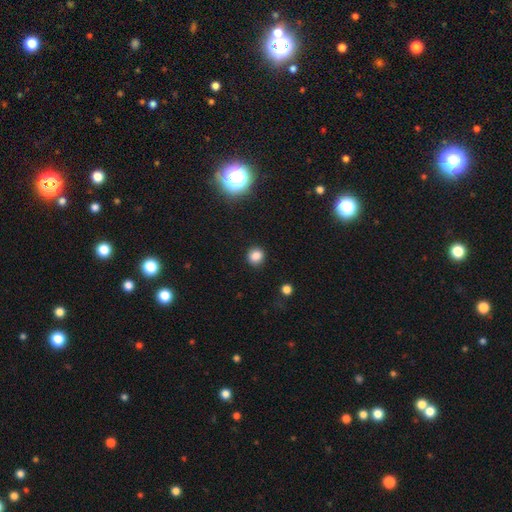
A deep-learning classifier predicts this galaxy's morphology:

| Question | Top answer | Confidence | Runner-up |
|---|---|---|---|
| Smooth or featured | smooth | 82% | star or artifact (14%) |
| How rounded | round | 86% | in between (13%) |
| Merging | none | 89% | minor disturbance (7%) |